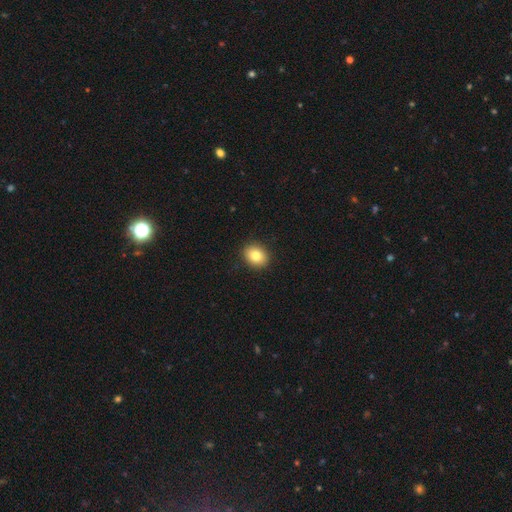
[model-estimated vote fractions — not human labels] Smooth or featured? smooth (81%)
How rounded? round (58%)
Merging? none (91%)